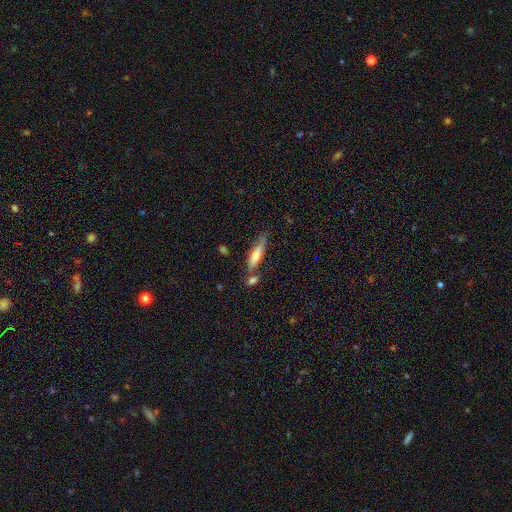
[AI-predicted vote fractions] This appears to be a smooth galaxy with no disk features (63%) that is cigar-shaped (77%). Merging: none (56%).